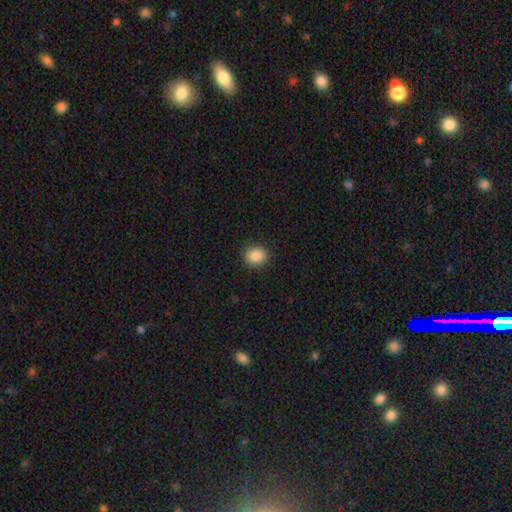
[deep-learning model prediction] Overall: smooth (88%). How rounded: round (75%). Merging: none (90%).